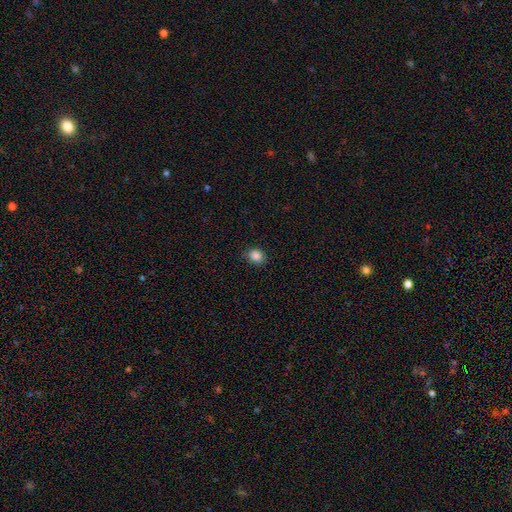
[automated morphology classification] Smooth or featured? Predicted: smooth (p=0.86). How rounded? Predicted: round (p=0.69). Merging? Predicted: none (p=0.86).